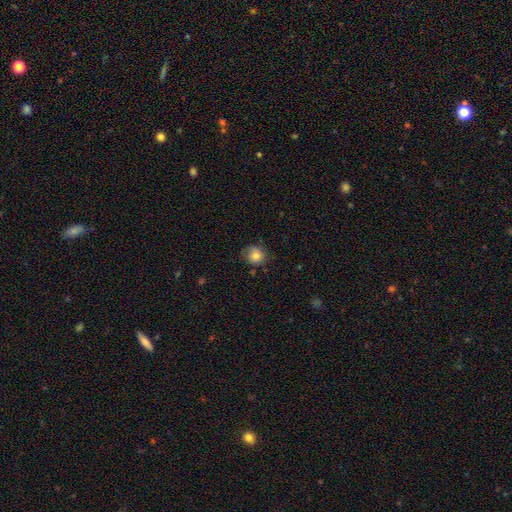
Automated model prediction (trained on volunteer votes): This appears to be a smooth galaxy with no disk features (78%) that is round (78%). Merging: none (67%).